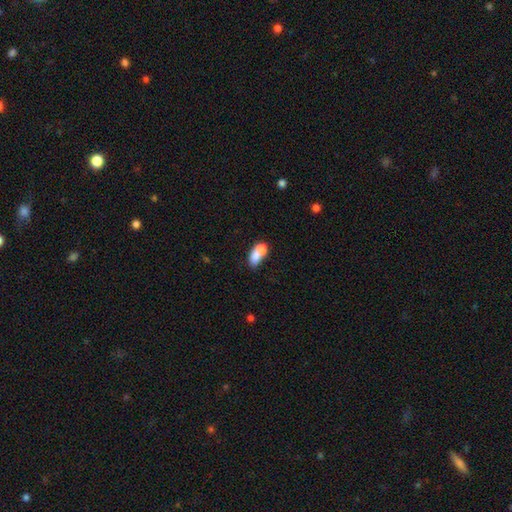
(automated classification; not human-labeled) smooth_or_featured: smooth (p=0.70) [alt: featured or disk p=0.21]
how_rounded: in between (p=0.70) [alt: round p=0.23]
merging: merger (p=0.63) [alt: none p=0.21]